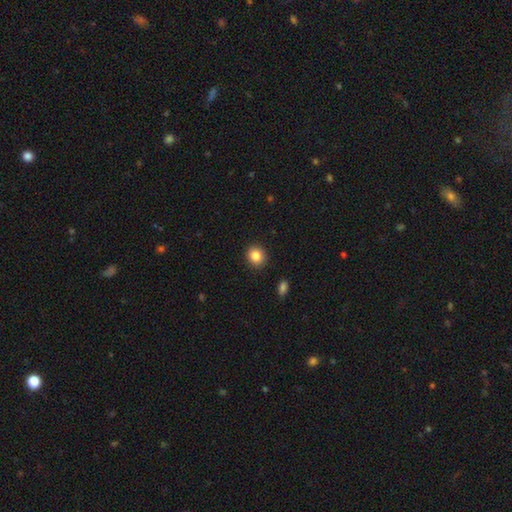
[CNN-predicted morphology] smooth-or-featured: smooth: 84% | star or artifact: 10% | featured or disk: 6%
  how-rounded: round: 80% | in between: 20% | cigar-shaped: 1%
  merging: none: 91% | minor disturbance: 6% | major disturbance: 2% | merger: 1%